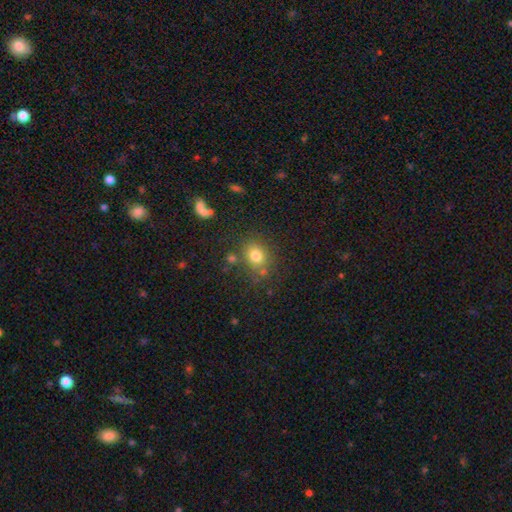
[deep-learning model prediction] smooth-or-featured: smooth: 76% | star or artifact: 14% | featured or disk: 10%
  how-rounded: round: 57% | in between: 42% | cigar-shaped: 1%
  merging: none: 72% | minor disturbance: 14% | merger: 9% | major disturbance: 5%